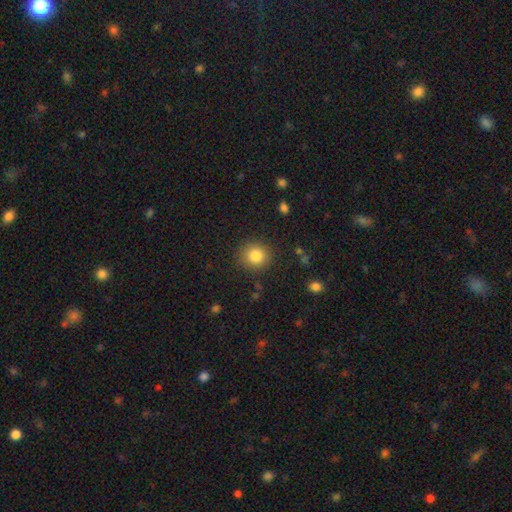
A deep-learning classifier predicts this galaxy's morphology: smooth 84%, star or artifact 10%, featured or disk 6%. Down the decision tree: how rounded — round (87%); merging — none (87%).